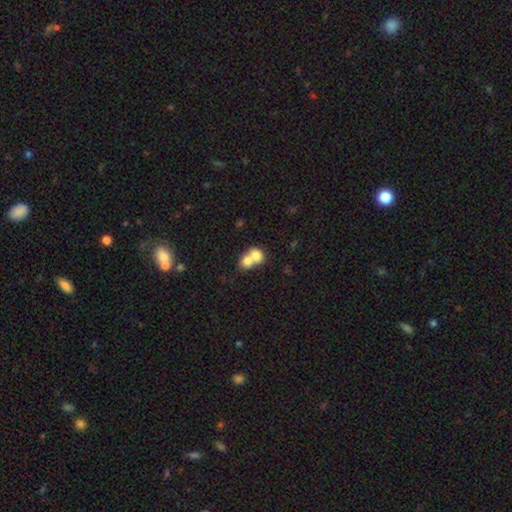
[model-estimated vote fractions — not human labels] Q: Smooth or featured?
A: smooth (75%); runner-up: featured or disk (17%)
Q: How rounded?
A: round (59%); runner-up: in between (40%)
Q: Merging?
A: merger (75%); runner-up: none (18%)